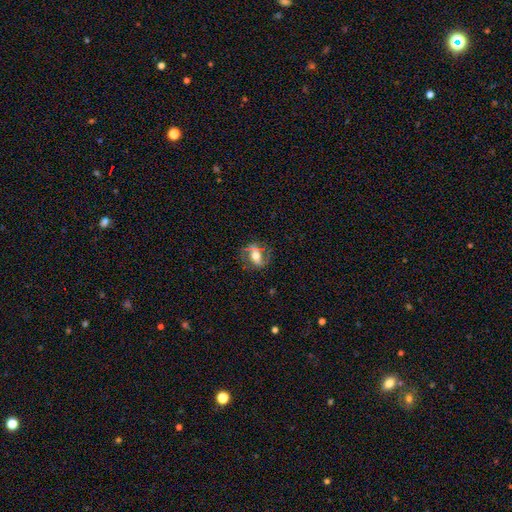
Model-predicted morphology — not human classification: A featured or disk galaxy (66%) with a strong bar (39%), spiral arms (78%) and a moderate central bulge (63%). Merging: none (74%).